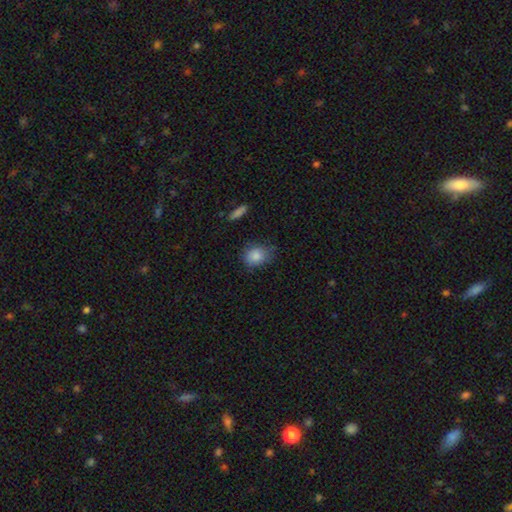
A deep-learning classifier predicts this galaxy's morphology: Smooth or featured? Predicted: smooth (p=0.85). How rounded? Predicted: round (p=0.51). Merging? Predicted: none (p=0.70).